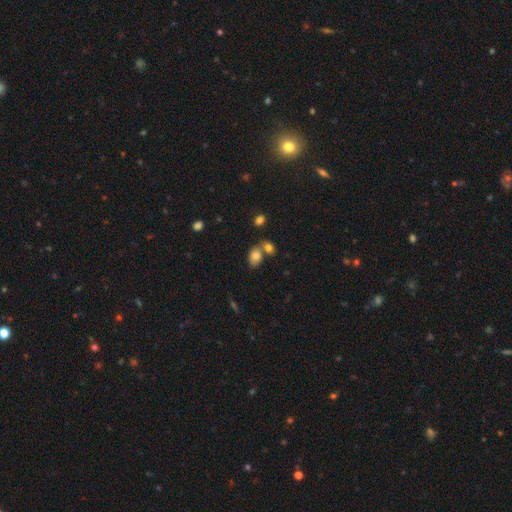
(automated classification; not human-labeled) The model was most divided on "merging": none: 49%, merger: 36%, minor disturbance: 11%, major disturbance: 4%. More confident: how rounded — in between (82%); smooth or featured — smooth (79%).